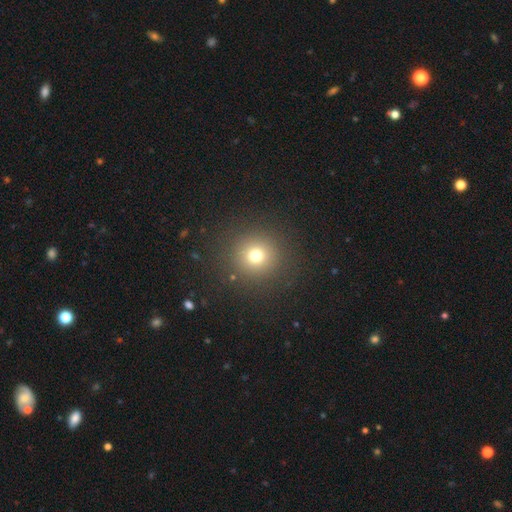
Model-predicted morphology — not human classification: Smooth or featured: smooth — 73% (star or artifact — 18%)
How rounded: round — 94% (in between — 5%)
Merging: none — 89% (minor disturbance — 6%)